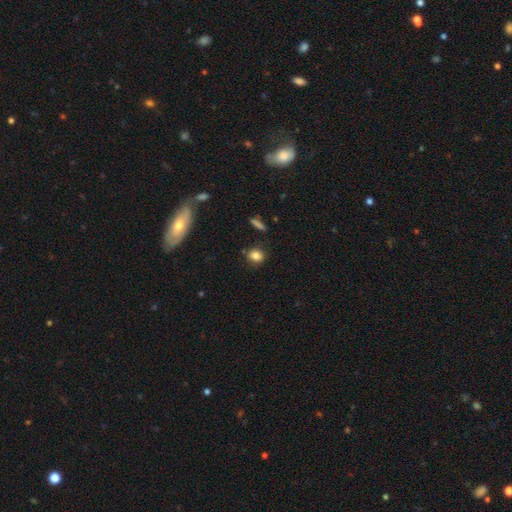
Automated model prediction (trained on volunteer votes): This is clearly a smooth galaxy (83%). How rounded: likely round (72%). Merging: clearly none (84%).